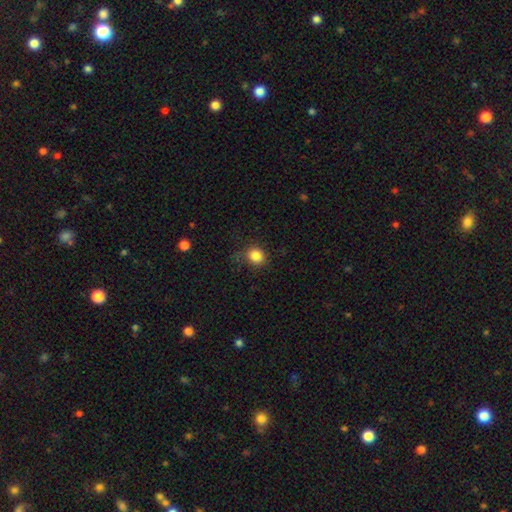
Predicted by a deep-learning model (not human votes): Overall: smooth (84%). How rounded: round (76%). Merging: none (75%).